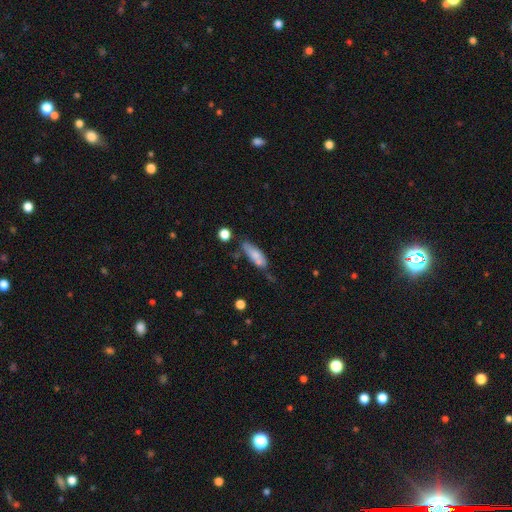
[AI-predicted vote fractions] Smooth or featured?
  - smooth: 71% *
  - featured or disk: 22%
  - star or artifact: 7%
How rounded?
  - in between: 57% *
  - cigar-shaped: 40%
  - round: 3%
Merging?
  - none: 49% *
  - minor disturbance: 26%
  - merger: 15%
  - major disturbance: 10%